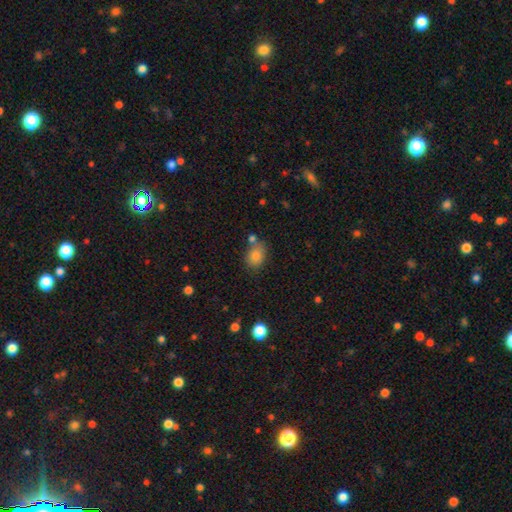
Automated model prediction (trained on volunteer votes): Smooth or featured?
  - smooth: 81% *
  - star or artifact: 10%
  - featured or disk: 9%
How rounded?
  - in between: 59% *
  - round: 39%
  - cigar-shaped: 1%
Merging?
  - none: 65% *
  - merger: 15%
  - minor disturbance: 15%
  - major disturbance: 4%